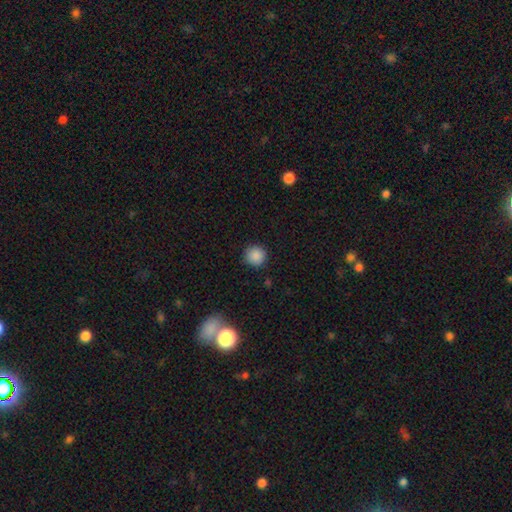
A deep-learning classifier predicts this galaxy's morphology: smooth_or_featured: smooth (p=0.88) [alt: star or artifact p=0.09]
how_rounded: round (p=0.94) [alt: in between p=0.05]
merging: none (p=0.90) [alt: minor disturbance p=0.07]